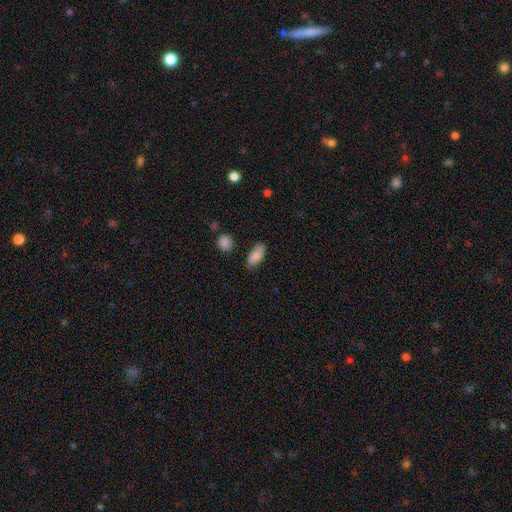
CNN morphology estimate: Smooth or featured? Predicted: smooth (p=0.85). How rounded? Predicted: in between (p=0.86). Merging? Predicted: none (p=0.73).